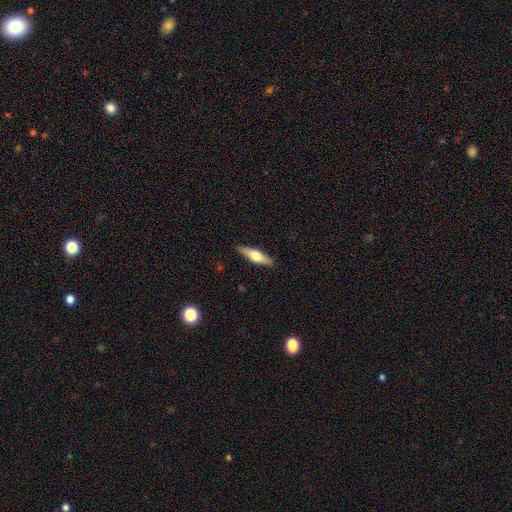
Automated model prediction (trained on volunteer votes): This appears to be a smooth galaxy with no disk features (47%, tied with featured or disk). Merging: none (89%).